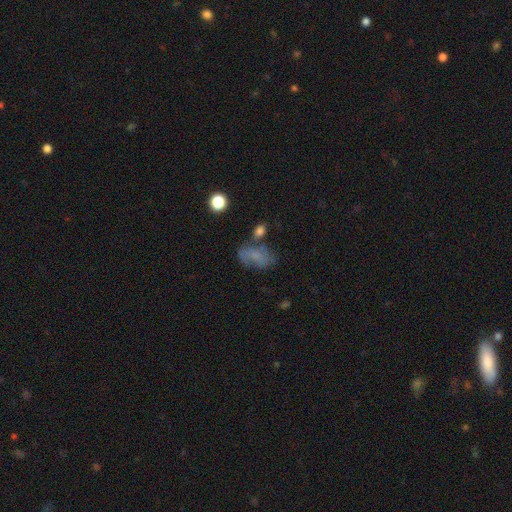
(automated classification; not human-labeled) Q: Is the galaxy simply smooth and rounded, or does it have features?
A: smooth — 55%.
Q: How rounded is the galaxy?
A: in between — 85%.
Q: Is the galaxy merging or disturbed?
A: none — 47%.